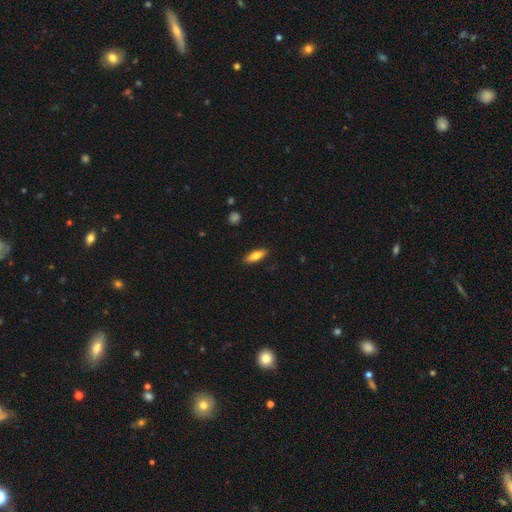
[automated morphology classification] Overall: smooth (74%). How rounded: in between (54%; cigar-shaped 44%). Merging: none (87%).